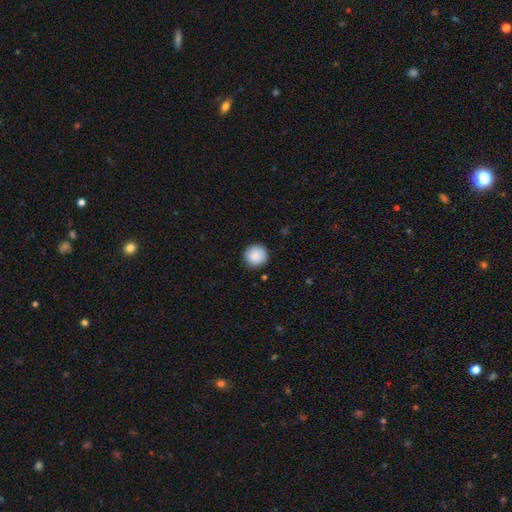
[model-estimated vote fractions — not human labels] Smooth or featured?
  - smooth: 87% *
  - star or artifact: 8%
  - featured or disk: 5%
How rounded?
  - round: 95% *
  - in between: 4%
  - cigar-shaped: 1%
Merging?
  - none: 89% *
  - minor disturbance: 8%
  - major disturbance: 2%
  - merger: 1%